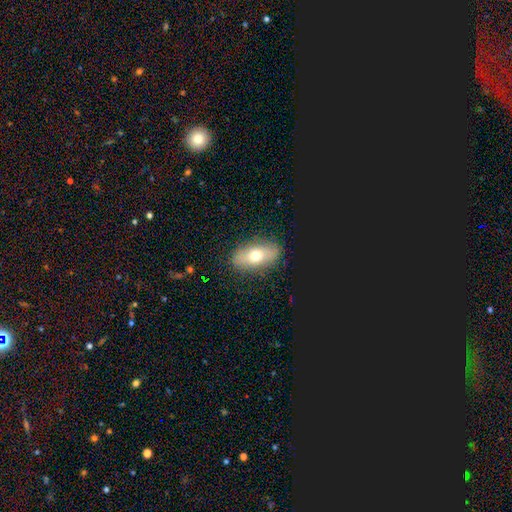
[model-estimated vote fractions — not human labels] smooth 64%, featured or disk 28%, star or artifact 8%. Down the decision tree: how rounded — in between (83%); merging — none (87%).